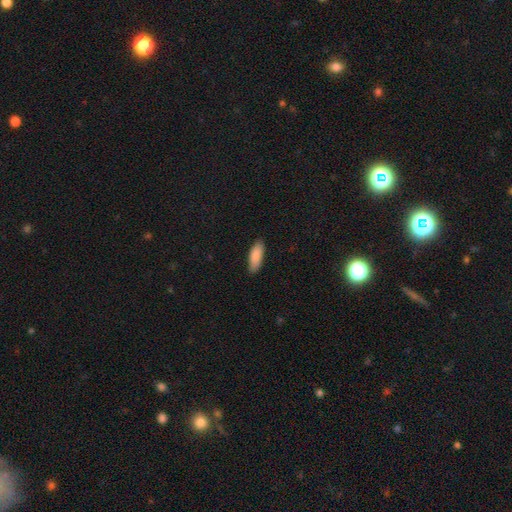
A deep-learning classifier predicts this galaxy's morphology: This appears to be a smooth galaxy with no disk features (88%) that is in between round and cigar-shaped (65%). Merging: none (87%).